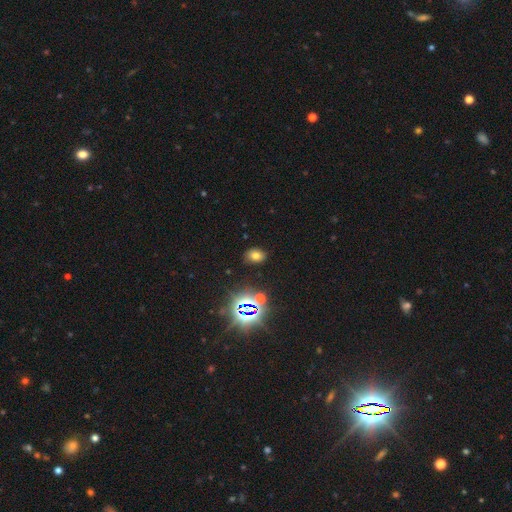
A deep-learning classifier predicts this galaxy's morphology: Overall: smooth (64%; star or artifact 27%). How rounded: in between (70%). Merging: none (86%).